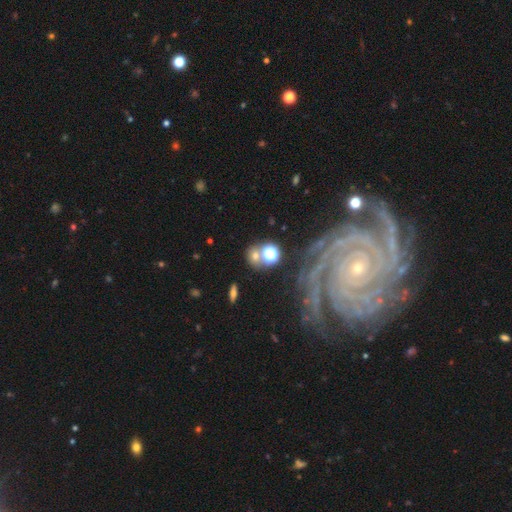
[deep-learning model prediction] A smooth galaxy with no disk features (53%) that is round (77%). Merging: none (67%).